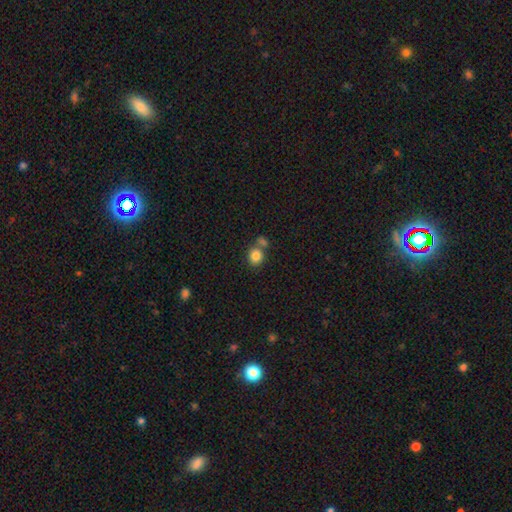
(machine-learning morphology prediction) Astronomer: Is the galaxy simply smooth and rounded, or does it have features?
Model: smooth — 84%.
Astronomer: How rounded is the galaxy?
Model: round — 74%.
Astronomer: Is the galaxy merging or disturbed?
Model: none — 58%.